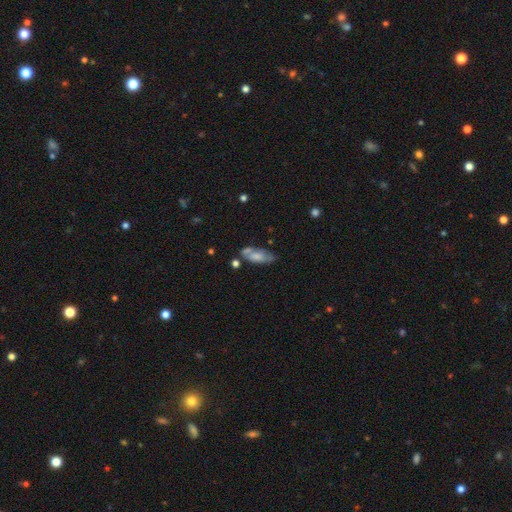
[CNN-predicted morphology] smooth 60%, featured or disk 32%, star or artifact 8%. Down the decision tree: how rounded — in between (76%); merging — none (48%).